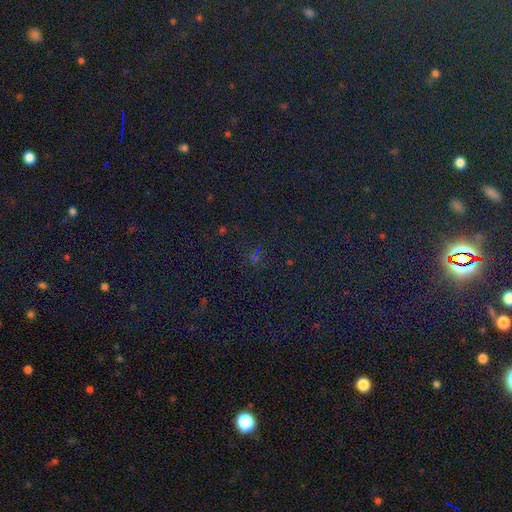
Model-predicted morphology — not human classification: This is likely a star or artifact rather than a galaxy (72%).